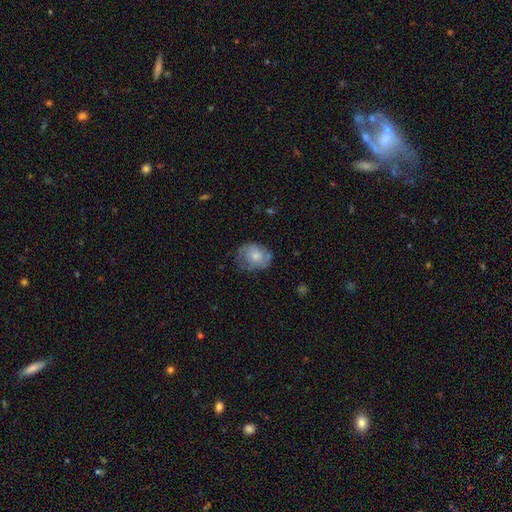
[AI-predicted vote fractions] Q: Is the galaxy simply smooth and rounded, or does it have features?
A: smooth — 57%.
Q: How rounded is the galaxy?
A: in between — 50%.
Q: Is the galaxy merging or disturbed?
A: none — 52%.